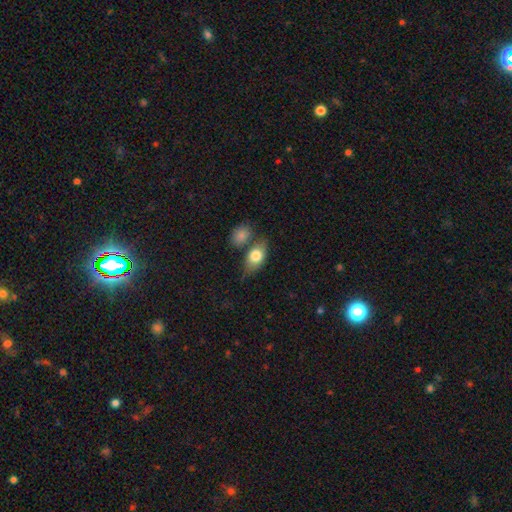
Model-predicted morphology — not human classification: A smooth galaxy with no disk features (78%) that is in between round and cigar-shaped (85%). Merging: none (57%).